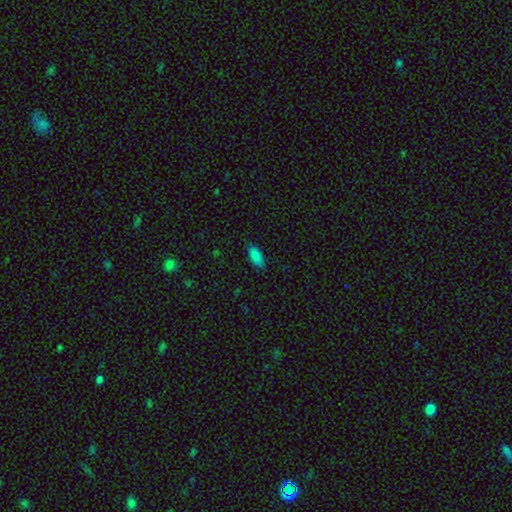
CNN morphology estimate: A smooth galaxy with no disk features (87%) that is in between round and cigar-shaped (88%). Merging: none (82%).